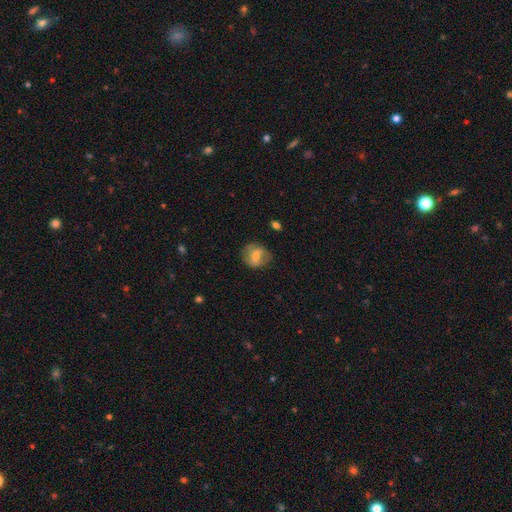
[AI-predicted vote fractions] The model was most divided on "how rounded": round: 62%, in between: 36%, cigar-shaped: 2%. More confident: merging — none (72%); smooth or featured — smooth (60%).